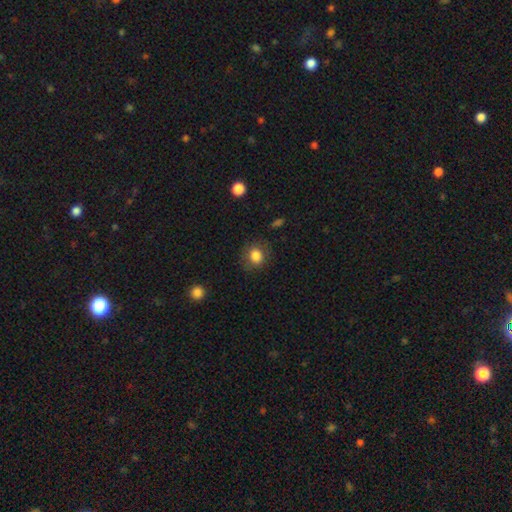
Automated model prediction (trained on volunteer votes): Q: Smooth or featured?
A: smooth (83%); runner-up: star or artifact (9%)
Q: How rounded?
A: round (66%); runner-up: in between (33%)
Q: Merging?
A: none (79%); runner-up: minor disturbance (14%)